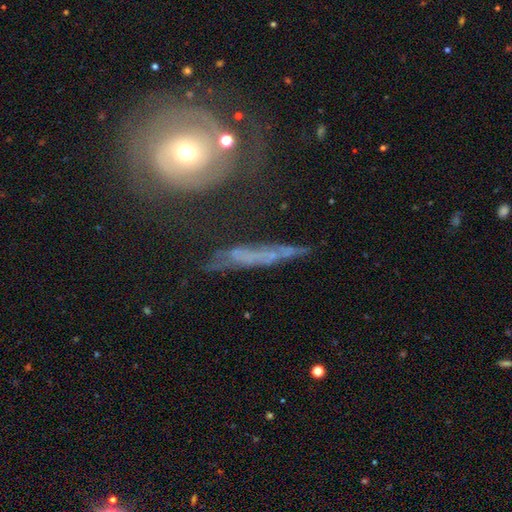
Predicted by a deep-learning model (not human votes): The model was most divided on "edge-on disk": no: 55%, yes: 45%. More confident: smooth or featured — featured or disk (60%); merging — none (55%).